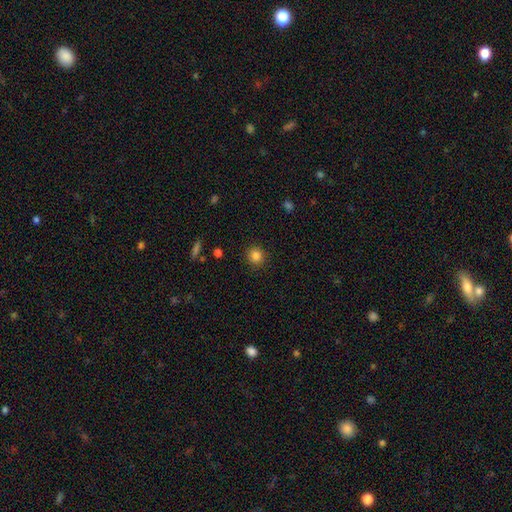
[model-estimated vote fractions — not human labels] This appears to be a smooth galaxy with no disk features (84%) that is round (90%). Merging: none (90%).